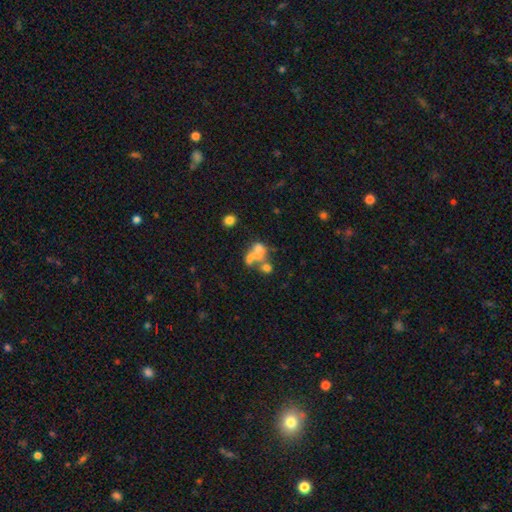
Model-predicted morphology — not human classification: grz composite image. It shows a smooth galaxy with no disk features (44%). Merging: merger (53%).